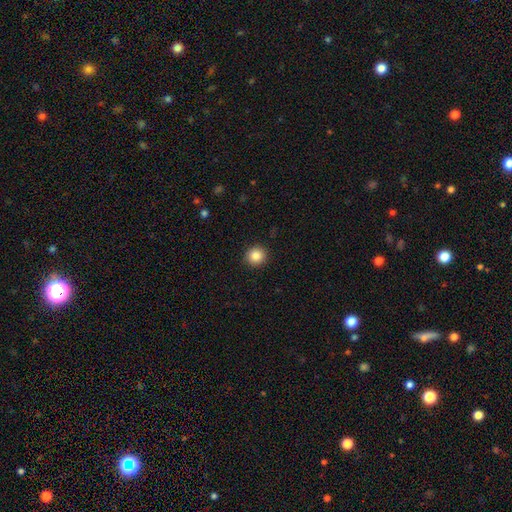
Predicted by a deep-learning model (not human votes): A smooth galaxy with no disk features (85%) that is round (92%).

Vote fractions:
- Smooth or featured? smooth: 85% / star or artifact: 10% / featured or disk: 5%
- How rounded? round: 92% / in between: 7% / cigar-shaped: 1%
- Merging? none: 92% / minor disturbance: 5% / major disturbance: 2% / merger: 1%